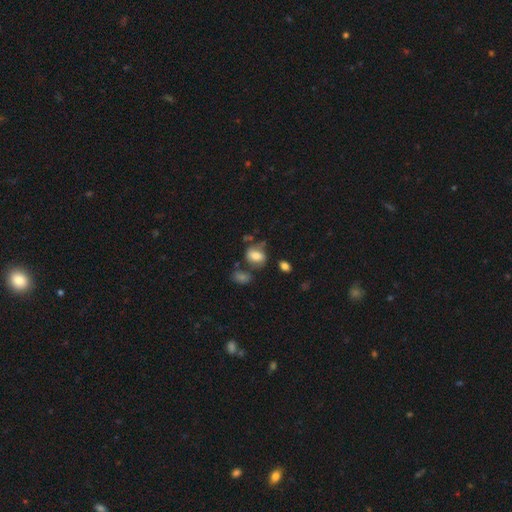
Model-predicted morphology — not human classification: Smooth or featured?
  - smooth: 69% *
  - featured or disk: 21%
  - star or artifact: 10%
How rounded?
  - in between: 71% *
  - round: 27%
  - cigar-shaped: 2%
Merging?
  - none: 52% *
  - minor disturbance: 23%
  - merger: 14%
  - major disturbance: 12%